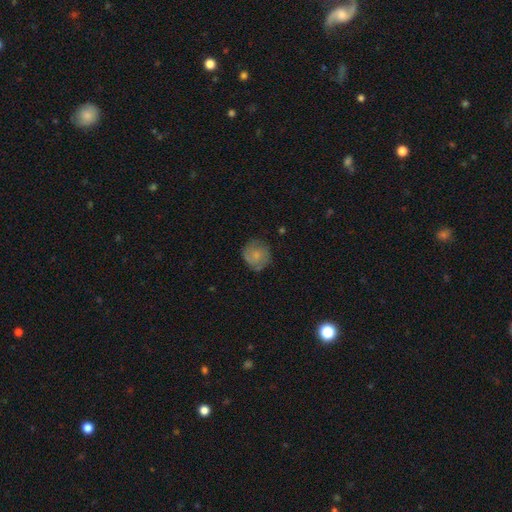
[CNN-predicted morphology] This appears to be a smooth galaxy with no disk features (57%) that is round (88%). Merging: none (73%).